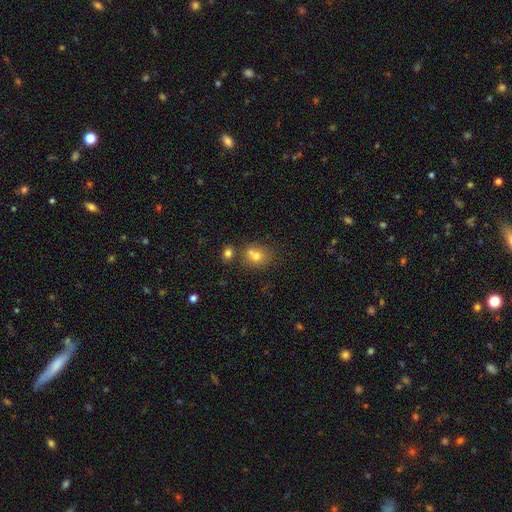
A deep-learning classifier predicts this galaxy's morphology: smooth_or_featured: smooth (p=0.72) [alt: star or artifact p=0.14]
how_rounded: round (p=0.68) [alt: in between p=0.31]
merging: none (p=0.47) [alt: merger p=0.37]